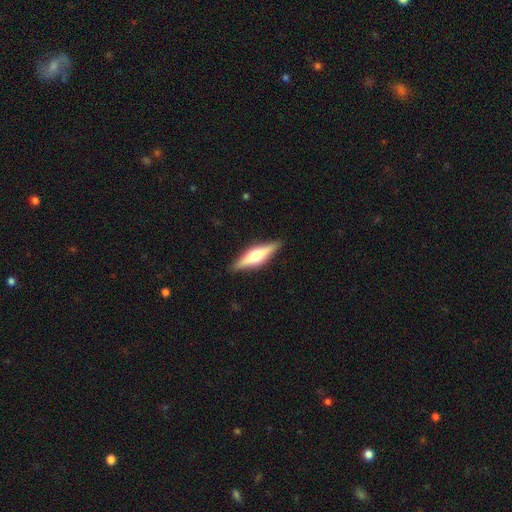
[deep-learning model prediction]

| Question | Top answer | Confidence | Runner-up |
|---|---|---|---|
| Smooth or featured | featured or disk | 61% | smooth (33%) |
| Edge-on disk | yes | 96% | no (4%) |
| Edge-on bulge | rounded | 87% | boxy (10%) |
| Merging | none | 89% | minor disturbance (8%) |